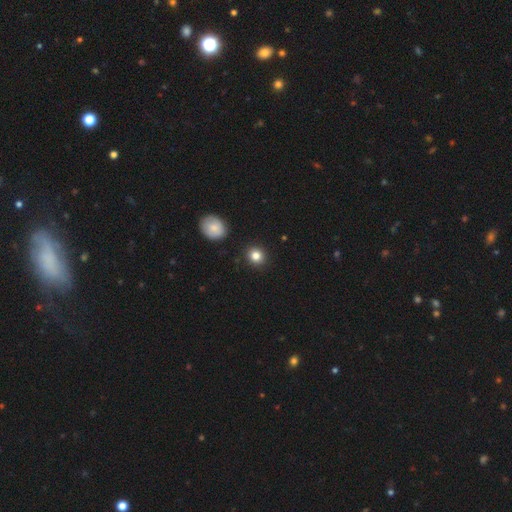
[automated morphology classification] type=smooth (83%); roundness=round (84%); merging=none (91%).